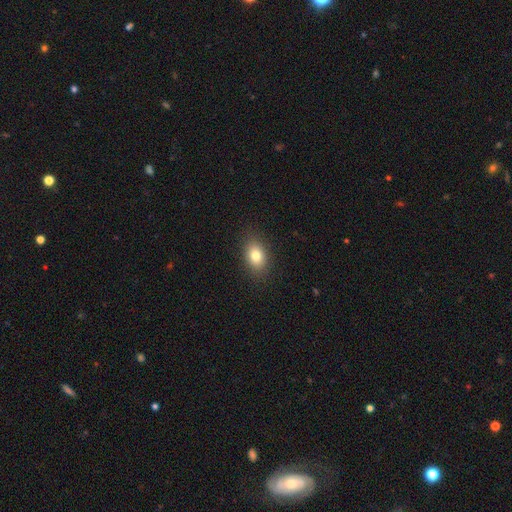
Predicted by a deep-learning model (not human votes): Overall: smooth (79%). How rounded: in between (78%). Merging: none (88%).